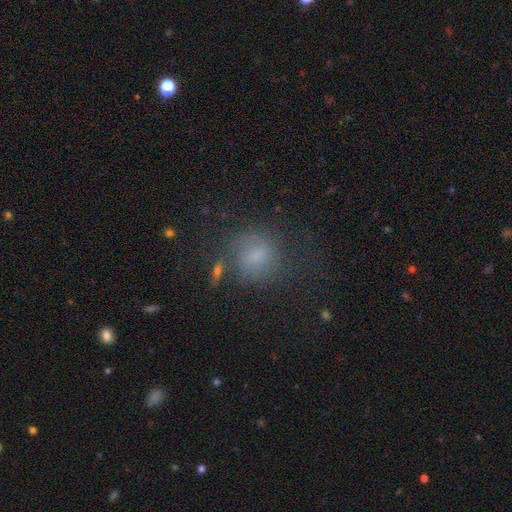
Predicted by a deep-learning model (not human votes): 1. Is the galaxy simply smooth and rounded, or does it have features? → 61% smooth, 22% featured or disk, 17% star or artifact.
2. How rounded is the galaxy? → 74% round, 25% in between, 2% cigar-shaped.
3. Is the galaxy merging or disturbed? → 58% none, 20% minor disturbance, 16% major disturbance, 6% merger.